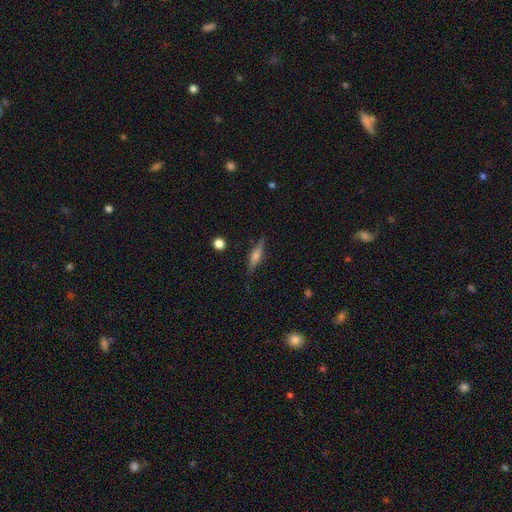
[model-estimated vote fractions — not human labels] Smooth or featured? Predicted: featured or disk (p=0.57). Edge-on disk? Predicted: yes (p=0.96). Edge-on bulge? Predicted: rounded (p=0.75). Merging? Predicted: none (p=0.85).